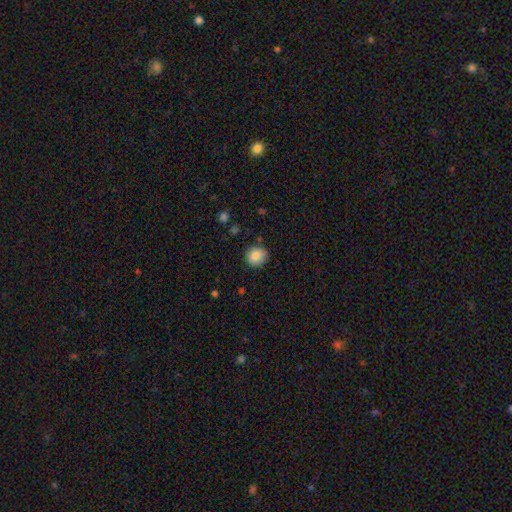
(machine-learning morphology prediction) Q: Smooth or featured?
A: smooth (86%); runner-up: star or artifact (8%)
Q: How rounded?
A: round (85%); runner-up: in between (14%)
Q: Merging?
A: none (84%); runner-up: minor disturbance (11%)